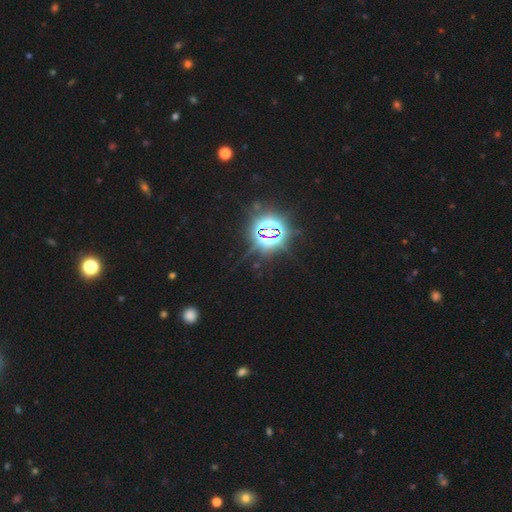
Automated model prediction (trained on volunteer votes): Q: Smooth or featured?
A: star or artifact (80%); runner-up: smooth (14%)